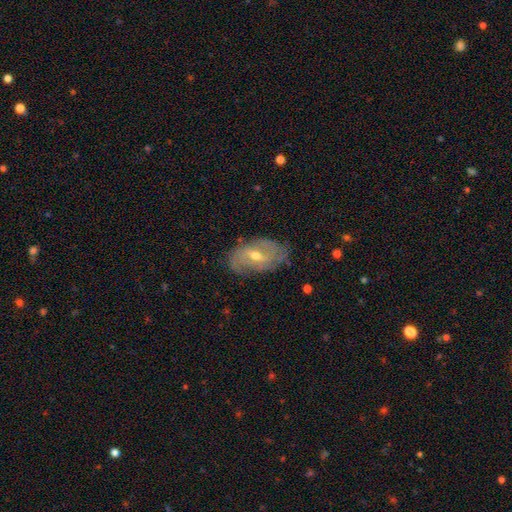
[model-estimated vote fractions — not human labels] This is likely a featured or disk galaxy (73%). It is clearly not viewed edge-on (94%). Bar: possibly weak (54%). Spiral arm pattern: clearly yes (84%). Spiral arm count: marginally 2 (44%). Spiral winding: possibly tight (46%). Central bulge: likely moderate (62%). Merging: likely none (73%).